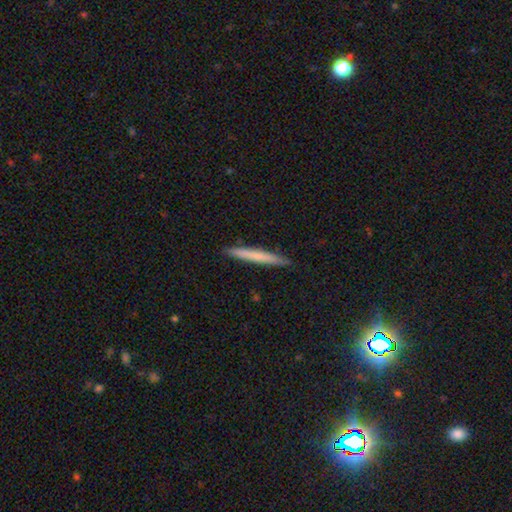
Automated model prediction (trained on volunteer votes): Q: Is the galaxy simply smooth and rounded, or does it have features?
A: smooth — 66%.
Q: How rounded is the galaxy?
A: cigar-shaped — 97%.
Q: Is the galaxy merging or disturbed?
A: none — 91%.